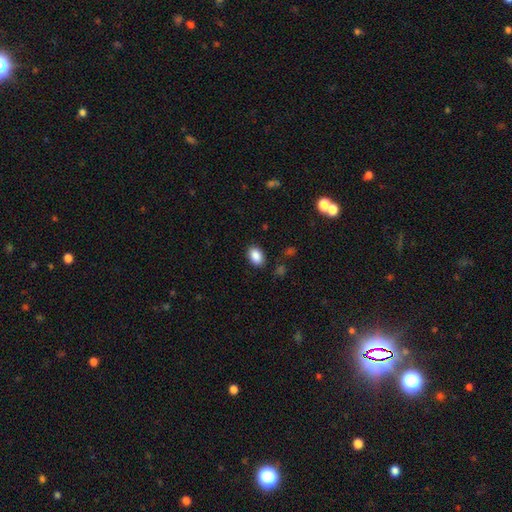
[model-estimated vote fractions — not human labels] The model was most divided on "how rounded": in between: 86%, round: 13%, cigar-shaped: 1%. More confident: smooth or featured — smooth (88%); merging — none (86%).